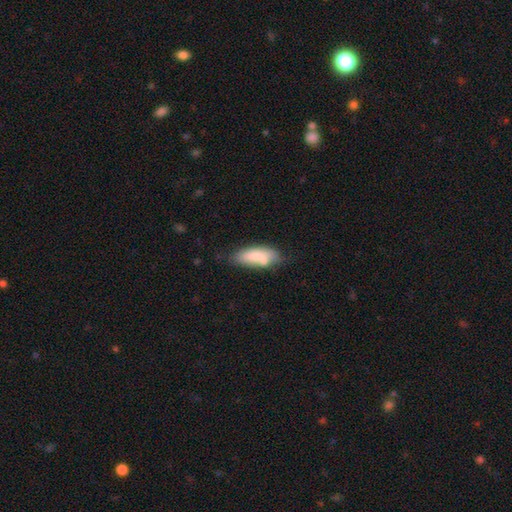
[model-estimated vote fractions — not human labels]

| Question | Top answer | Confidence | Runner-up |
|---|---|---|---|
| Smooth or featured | smooth | 77% | featured or disk (16%) |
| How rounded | in between | 75% | cigar-shaped (23%) |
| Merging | none | 59% | minor disturbance (20%) |